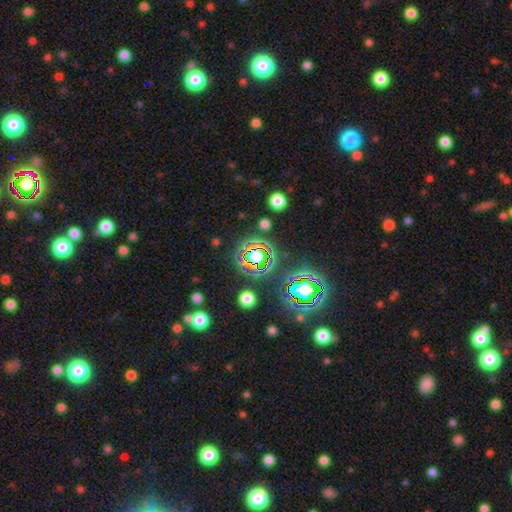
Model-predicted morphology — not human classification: This appears to be a star or artifact, not a galaxy (59%).